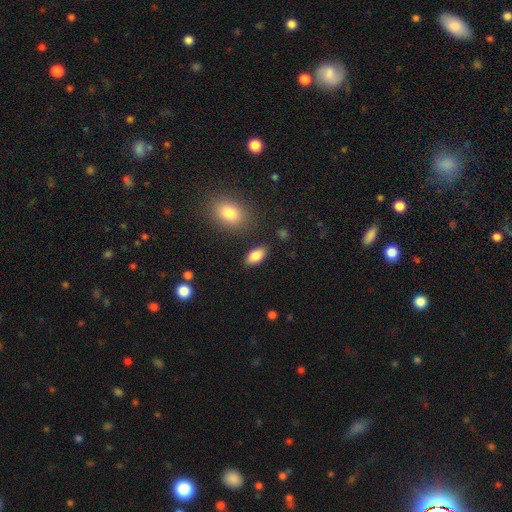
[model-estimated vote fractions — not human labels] This is clearly a smooth galaxy (85%). How rounded: clearly in between (93%). Merging: clearly none (86%).